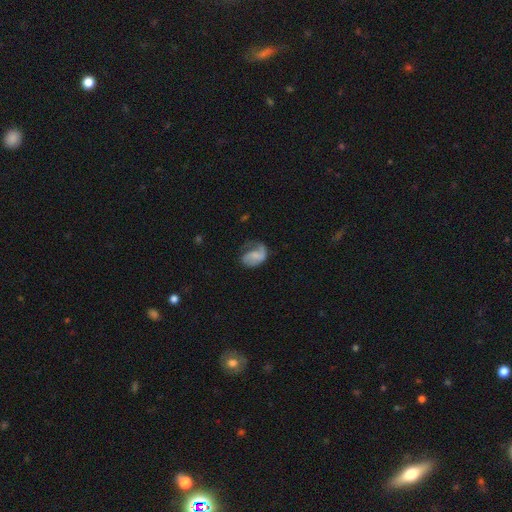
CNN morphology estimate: smooth_or_featured: featured or disk (p=0.60) [alt: smooth p=0.33]
disk_edge_on: no (p=0.98) [alt: yes p=0.02]
bar: no (p=0.53) [alt: weak p=0.37]
has_spiral_arms: yes (p=0.84) [alt: no p=0.16]
bulge_size: small (p=0.42) [alt: none p=0.35]
merging: none (p=0.38) [alt: major disturbance p=0.33]